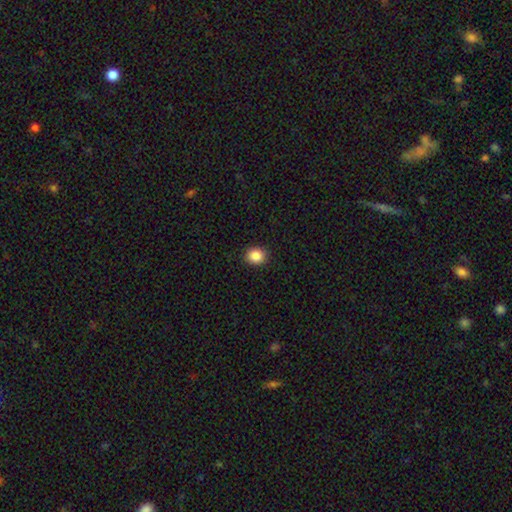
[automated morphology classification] smooth_or_featured: smooth (p=0.87) [alt: star or artifact p=0.10]
how_rounded: round (p=0.72) [alt: in between p=0.27]
merging: none (p=0.91) [alt: minor disturbance p=0.06]